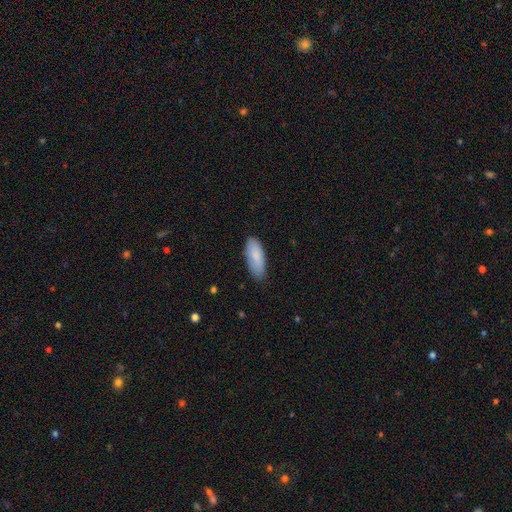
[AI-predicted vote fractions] This appears to be a smooth galaxy with no disk features (86%) that is in between round and cigar-shaped (78%). Merging: none (78%).